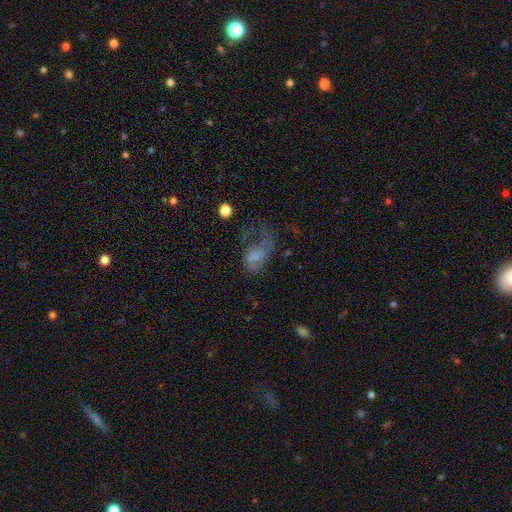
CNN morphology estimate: Smooth or featured? Predicted: smooth (p=0.48). Merging? Predicted: major disturbance (p=0.59).